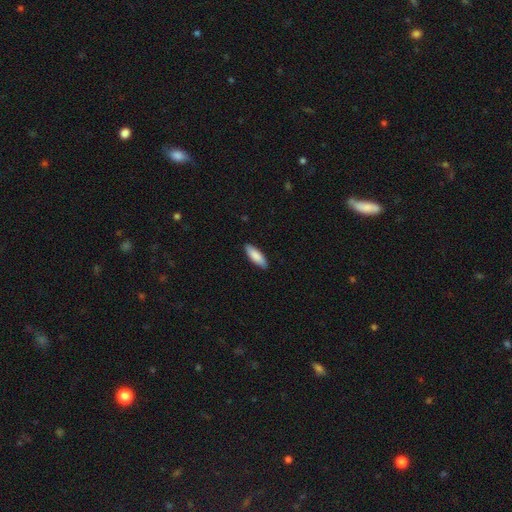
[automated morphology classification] This is clearly a smooth galaxy (87%). How rounded: likely in between (63%). Merging: clearly none (89%).